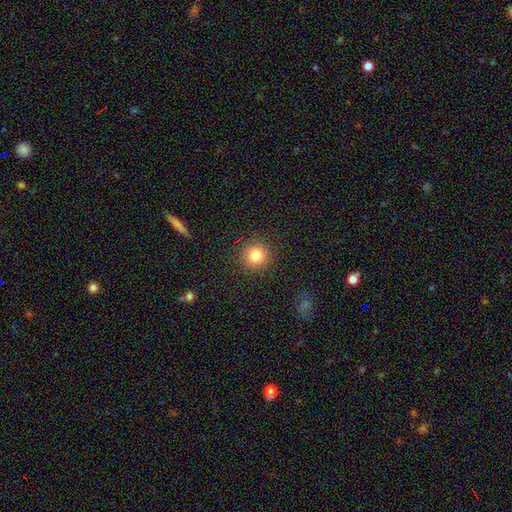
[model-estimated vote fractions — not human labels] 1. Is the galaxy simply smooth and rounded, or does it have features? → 82% smooth, 12% star or artifact, 6% featured or disk.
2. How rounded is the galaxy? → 94% round, 5% in between, 1% cigar-shaped.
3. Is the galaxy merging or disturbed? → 91% none, 6% minor disturbance, 2% major disturbance, 1% merger.